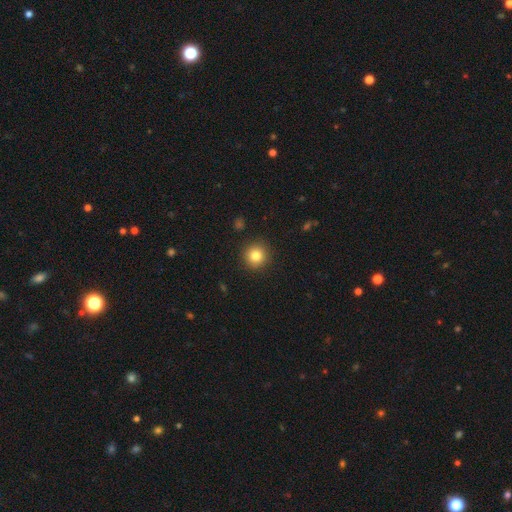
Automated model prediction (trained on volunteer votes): Smooth or featured?
  - smooth: 82% *
  - star or artifact: 11%
  - featured or disk: 7%
How rounded?
  - round: 94% *
  - in between: 5%
  - cigar-shaped: 1%
Merging?
  - none: 91% *
  - minor disturbance: 6%
  - major disturbance: 2%
  - merger: 1%